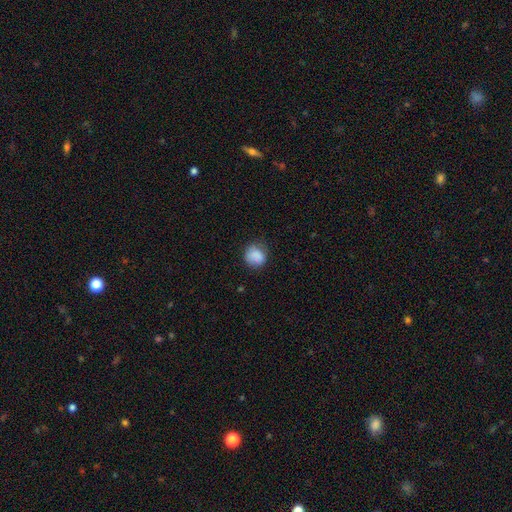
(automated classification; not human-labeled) Smooth or featured? Predicted: smooth (p=0.85). How rounded? Predicted: round (p=0.80). Merging? Predicted: none (p=0.70).